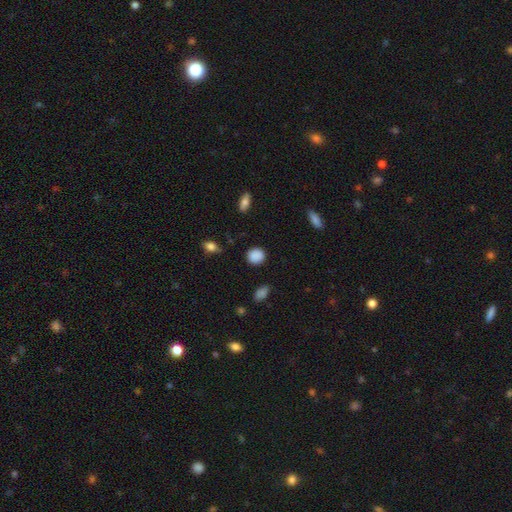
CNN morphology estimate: Q: Smooth or featured?
A: smooth (87%); runner-up: star or artifact (9%)
Q: How rounded?
A: round (85%); runner-up: in between (14%)
Q: Merging?
A: none (88%); runner-up: minor disturbance (8%)